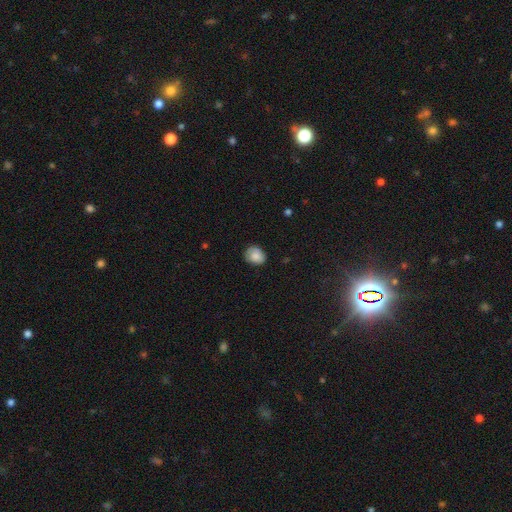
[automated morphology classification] Smooth or featured: smooth — 80% (featured or disk — 12%)
How rounded: round — 60% (in between — 39%)
Merging: none — 70% (minor disturbance — 24%)